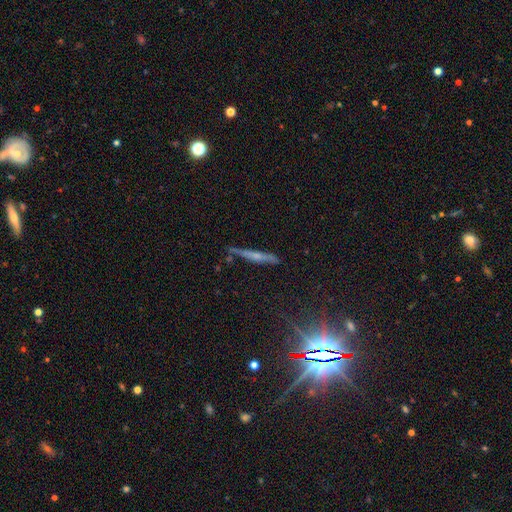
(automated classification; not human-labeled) Smooth or featured?
  - featured or disk: 56% *
  - smooth: 32%
  - star or artifact: 13%
Edge-on disk?
  - yes: 94% *
  - no: 6%
Edge-on bulge?
  - rounded: 59% *
  - none: 32%
  - boxy: 10%
Merging?
  - none: 79% *
  - minor disturbance: 15%
  - merger: 3%
  - major disturbance: 3%